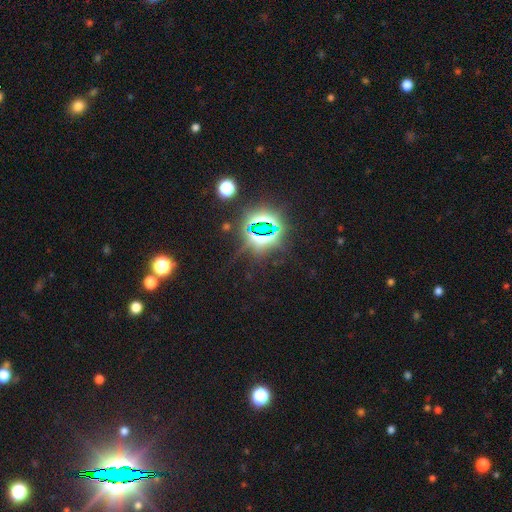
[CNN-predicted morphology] Smooth or featured?
  - star or artifact: 81% *
  - smooth: 11%
  - featured or disk: 8%